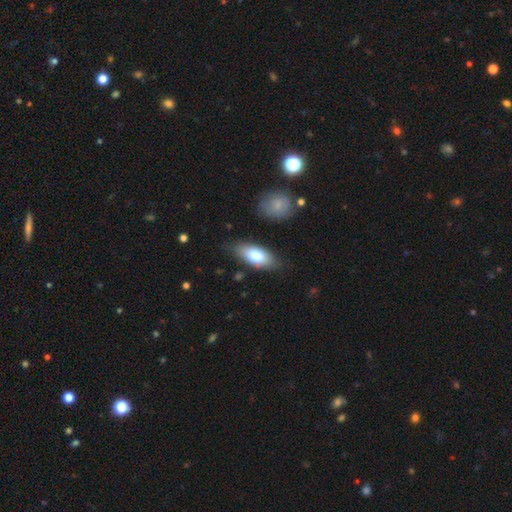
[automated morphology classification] This appears to be a smooth galaxy with no disk features (79%) that is in between round and cigar-shaped (84%). Merging: none (78%).